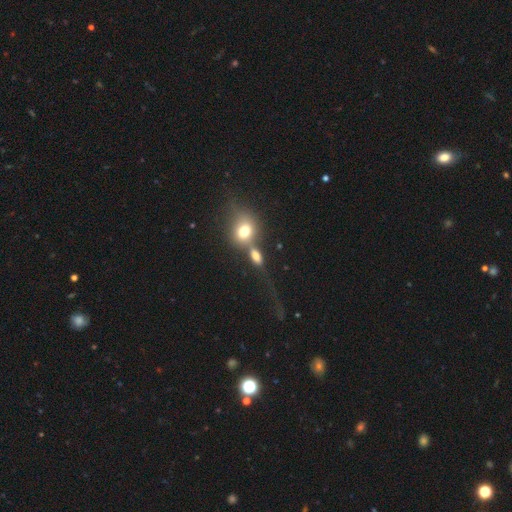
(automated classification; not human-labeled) Smooth or featured? Predicted: smooth (p=0.69). How rounded? Predicted: in between (p=0.60). Merging? Predicted: merger (p=0.47).